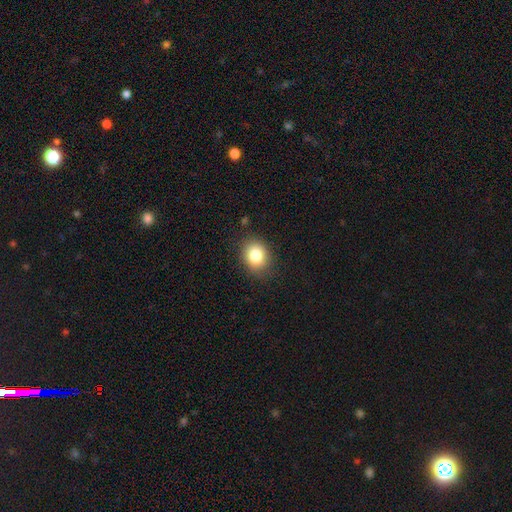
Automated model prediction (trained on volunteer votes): This is clearly a smooth galaxy (82%). How rounded: possibly round (56%). Merging: clearly none (84%).